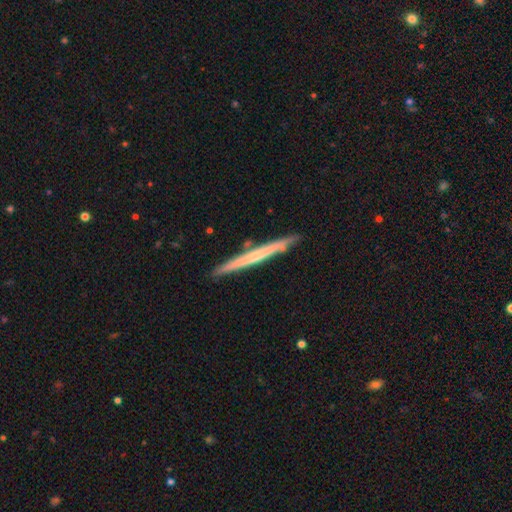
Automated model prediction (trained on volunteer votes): A featured or disk galaxy (52%) viewed edge-on (96%).

Vote fractions:
- Smooth or featured? featured or disk: 52% / smooth: 43% / star or artifact: 5%
- Edge-on disk? yes: 96% / no: 4%
- Merging? none: 87% / minor disturbance: 9% / merger: 3% / major disturbance: 1%